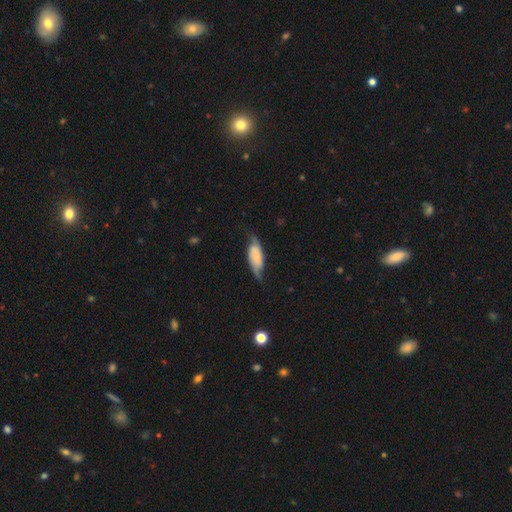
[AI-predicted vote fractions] The model was most divided on "smooth or featured": featured or disk: 58%, smooth: 35%, star or artifact: 7%. More confident: edge-on disk — no (86%); merging — none (58%).